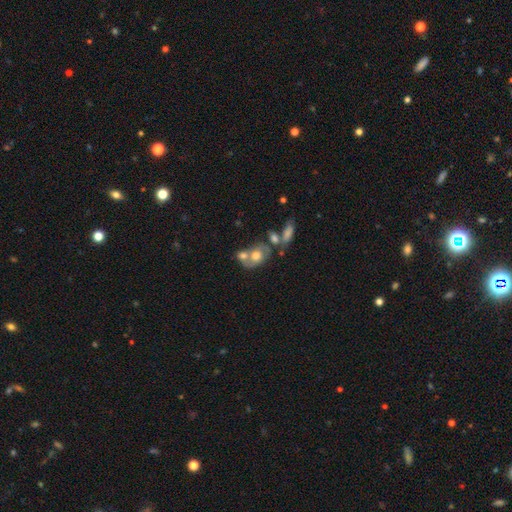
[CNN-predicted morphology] Overall: smooth (49%; featured or disk 42%). Merging: merger (53%; none 26%).